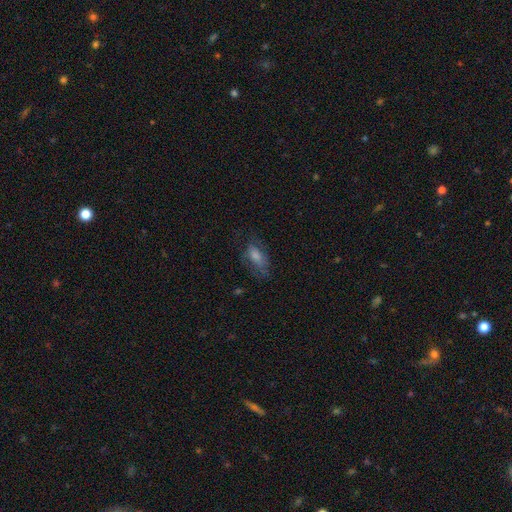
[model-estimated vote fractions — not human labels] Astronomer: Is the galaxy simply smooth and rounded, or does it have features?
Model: smooth — 57%.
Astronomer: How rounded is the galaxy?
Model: in between — 81%.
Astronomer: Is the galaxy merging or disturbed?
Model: none — 57%.